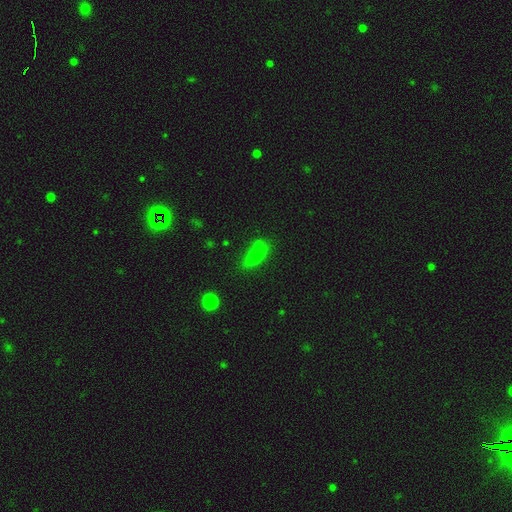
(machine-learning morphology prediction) The model was most divided on "how rounded": in between: 60%, cigar-shaped: 33%, round: 8%. More confident: smooth or featured — smooth (64%); merging — none (51%).